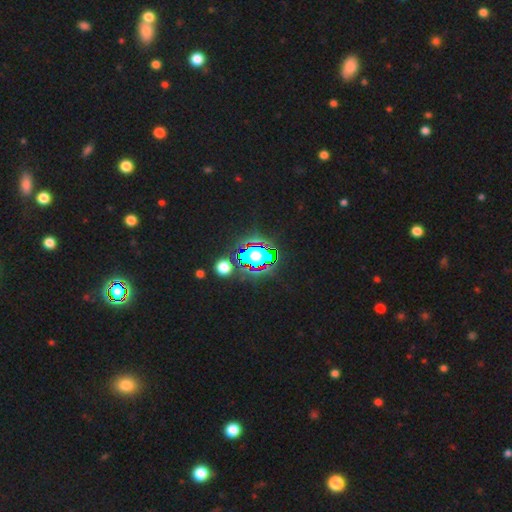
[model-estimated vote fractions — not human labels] star or artifact 63%, smooth 23%, featured or disk 13%.